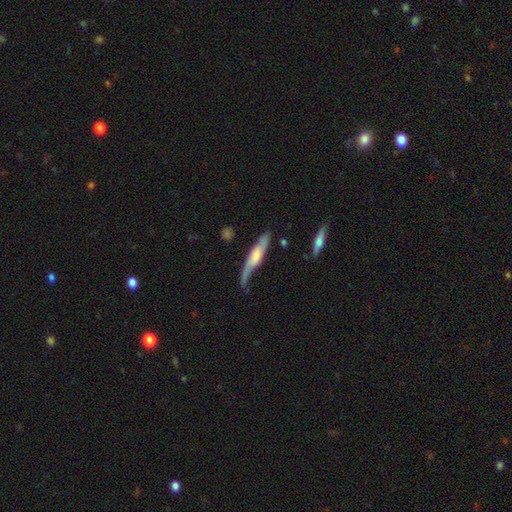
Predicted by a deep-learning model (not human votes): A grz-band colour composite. It shows a featured or disk galaxy (56%) viewed edge-on (61%). Merging: none (49%).